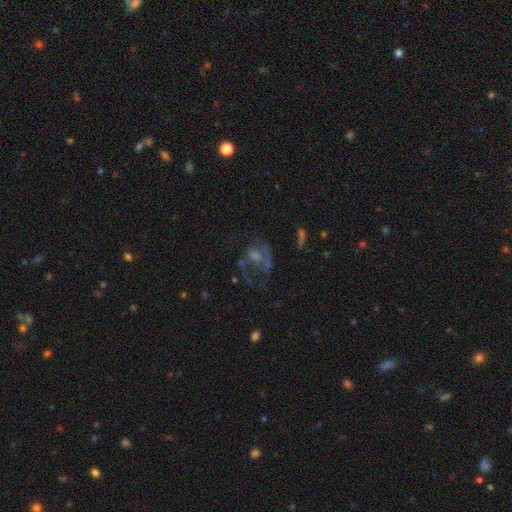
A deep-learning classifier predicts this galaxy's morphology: A featured or disk galaxy (54%) with no bar (76%), no spiral arms (59%) and a moderate central bulge (37%).

Vote fractions:
- Smooth or featured? featured or disk: 54% / star or artifact: 23% / smooth: 23%
- Edge-on disk? no: 96% / yes: 4%
- Bar? no: 76% / weak: 20% / strong: 5%
- Spiral arms? no: 59% / yes: 41%
- Bulge size? moderate: 37% / small: 28% / none: 25% / large: 8% / dominant: 2%
- Merging? none: 39% / major disturbance: 37% / minor disturbance: 16% / merger: 8%